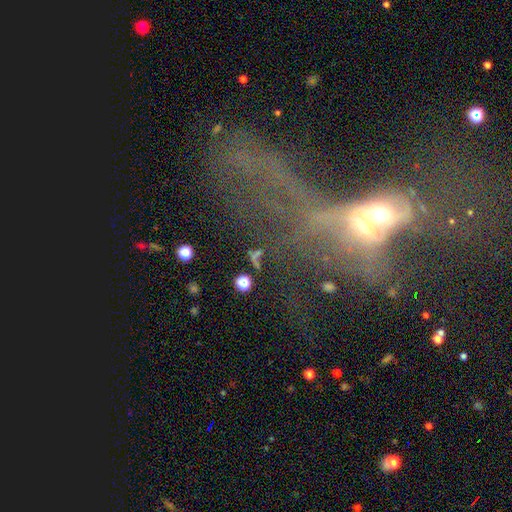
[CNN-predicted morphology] Smooth or featured: smooth — 35% (star or artifact — 34%)
Merging: none — 71% (minor disturbance — 12%)